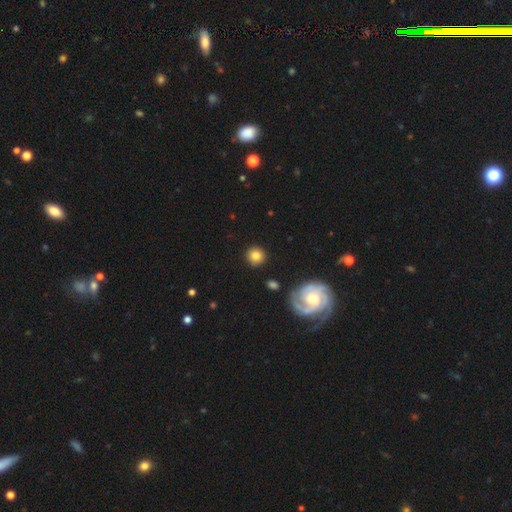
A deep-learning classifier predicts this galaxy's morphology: type=smooth (78%); roundness=round (92%); merging=none (89%).